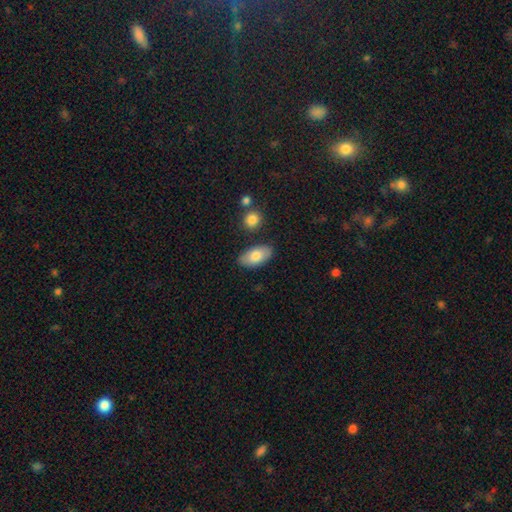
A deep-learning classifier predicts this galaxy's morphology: A smooth galaxy with no disk features (79%) that is in between round and cigar-shaped (93%). Merging: none (82%).